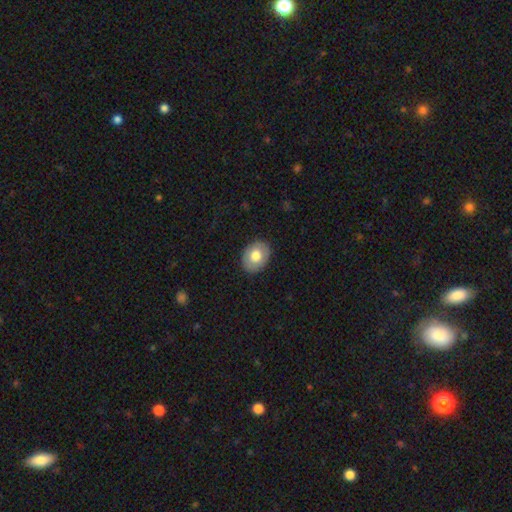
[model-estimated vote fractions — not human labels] This appears to be a smooth galaxy with no disk features (74%) that is in between round and cigar-shaped (65%). Merging: none (88%).